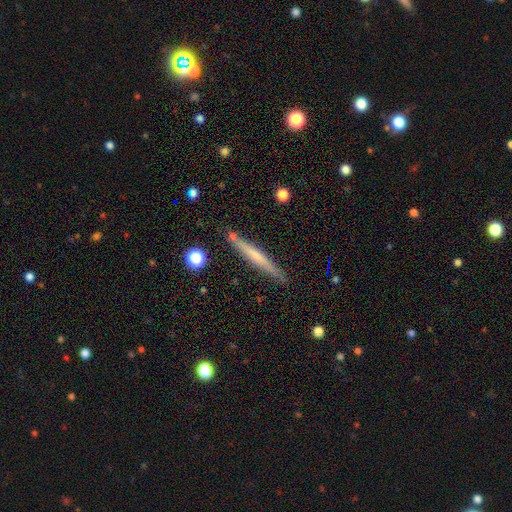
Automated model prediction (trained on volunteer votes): smooth-or-featured: smooth: 49% | featured or disk: 45% | star or artifact: 6%
  merging: none: 85% | minor disturbance: 10% | merger: 3% | major disturbance: 2%